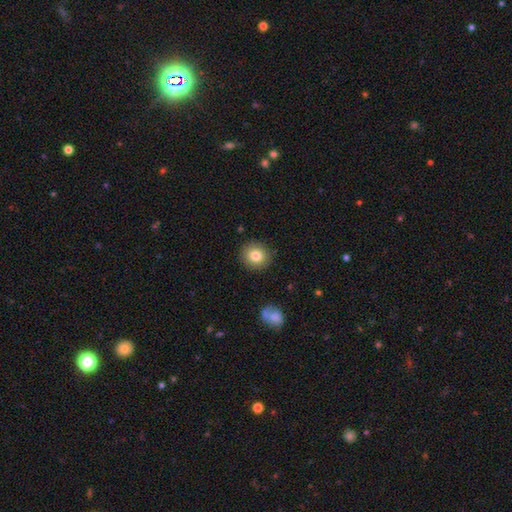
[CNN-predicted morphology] Smooth or featured? Predicted: smooth (p=0.81). How rounded? Predicted: round (p=0.88). Merging? Predicted: none (p=0.89).